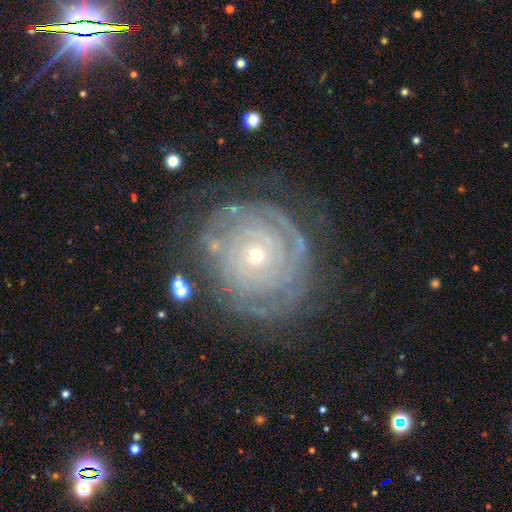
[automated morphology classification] The model was most divided on "spiral arm count": can't tell: 43%, 2: 17%, 3: 14%, 4: 11%, more than 4: 9%, 1: 6%. More confident: edge-on disk — no (97%); spiral arms — yes (88%); bar — no (84%); spiral winding — tight (84%); smooth or featured — featured or disk (81%); merging — none (73%); bulge size — small (72%).